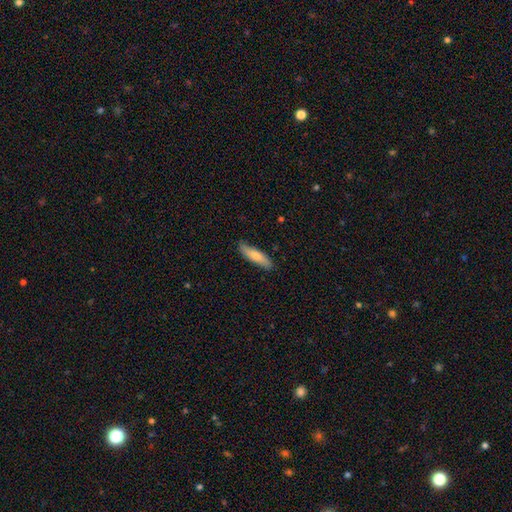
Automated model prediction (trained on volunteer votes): Smooth or featured? Predicted: smooth (p=0.74). How rounded? Predicted: cigar-shaped (p=0.70). Merging? Predicted: none (p=0.83).